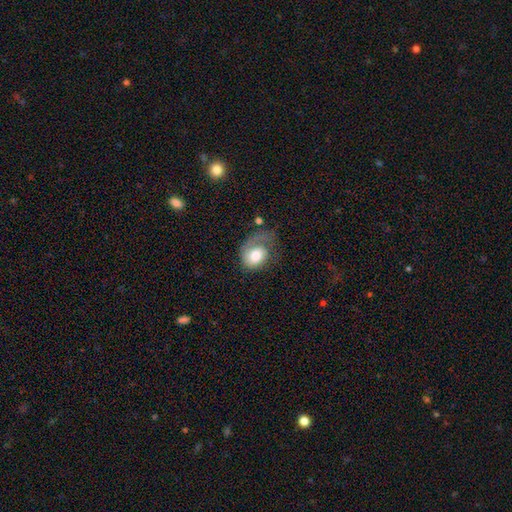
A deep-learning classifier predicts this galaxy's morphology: Smooth or featured?
  - smooth: 52% *
  - featured or disk: 42%
  - star or artifact: 7%
How rounded?
  - in between: 56% *
  - round: 43%
  - cigar-shaped: 1%
Merging?
  - major disturbance: 42% *
  - none: 32%
  - minor disturbance: 23%
  - merger: 4%